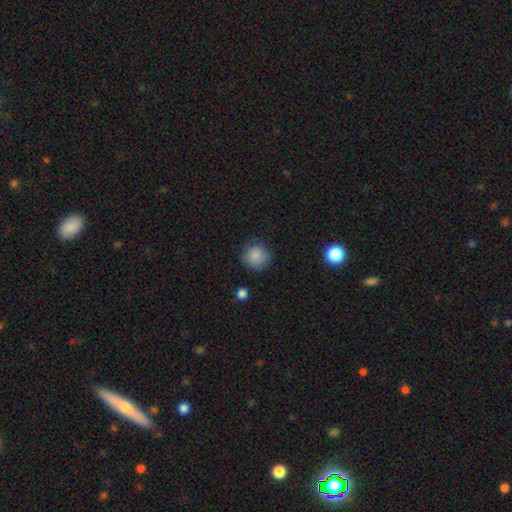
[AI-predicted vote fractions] The model was most divided on "merging": none: 79%, minor disturbance: 16%, major disturbance: 4%, merger: 2%. More confident: how rounded — round (89%); smooth or featured — smooth (85%).